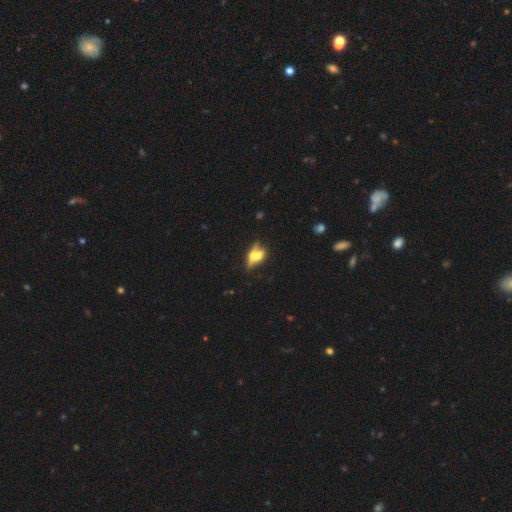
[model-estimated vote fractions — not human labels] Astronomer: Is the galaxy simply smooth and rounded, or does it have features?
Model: featured or disk — 46% (runner-up: smooth, 43%).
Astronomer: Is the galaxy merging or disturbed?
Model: merger — 37%, tied with none at 37%.